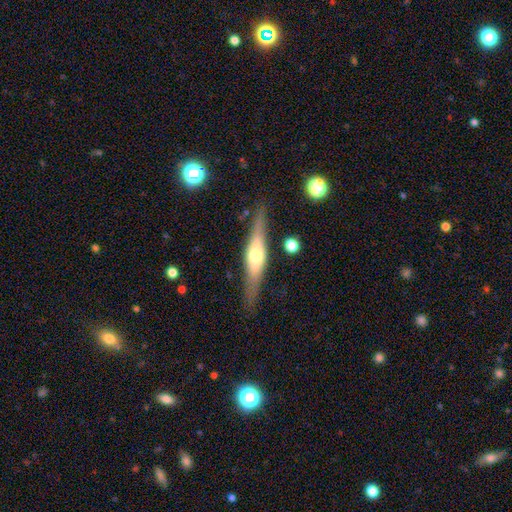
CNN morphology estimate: featured or disk 64%, smooth 30%, star or artifact 6%. Down the decision tree: edge-on disk — yes (93%); edge-on bulge — rounded (87%); merging — none (83%).